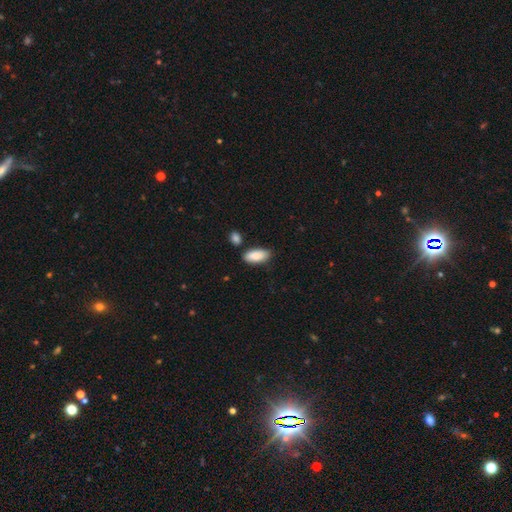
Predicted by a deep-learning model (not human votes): The model was most divided on "merging": none: 78%, minor disturbance: 14%, merger: 6%, major disturbance: 3%. More confident: how rounded — in between (90%); smooth or featured — smooth (88%).